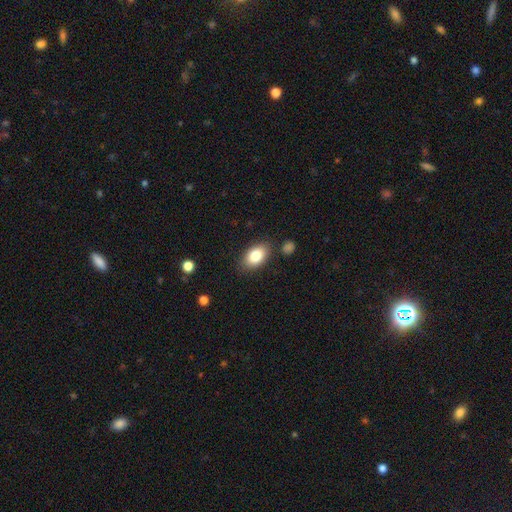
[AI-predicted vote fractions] smooth 83%, featured or disk 10%, star or artifact 7%. Down the decision tree: how rounded — in between (90%); merging — none (83%).